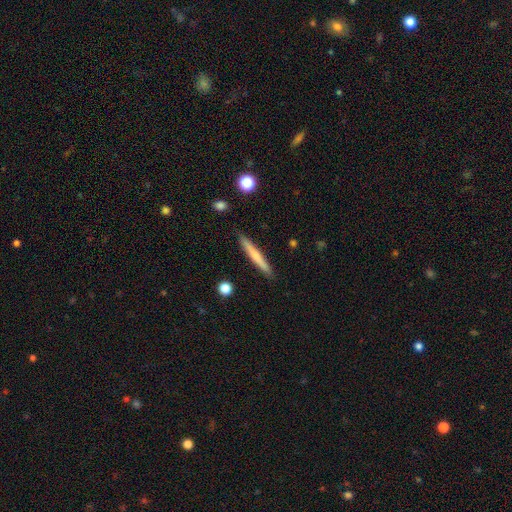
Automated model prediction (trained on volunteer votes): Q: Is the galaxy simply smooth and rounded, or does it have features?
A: smooth — 59%.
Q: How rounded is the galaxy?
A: cigar-shaped — 96%.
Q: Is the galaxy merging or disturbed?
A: none — 89%.